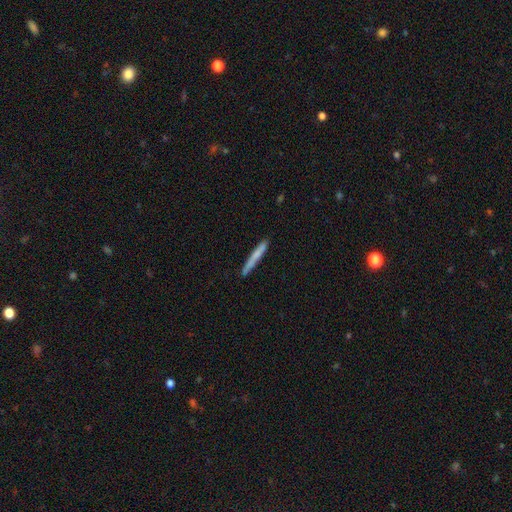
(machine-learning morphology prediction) The model was most divided on "smooth or featured": smooth: 65%, featured or disk: 29%, star or artifact: 6%. More confident: how rounded — cigar-shaped (96%); merging — none (87%).